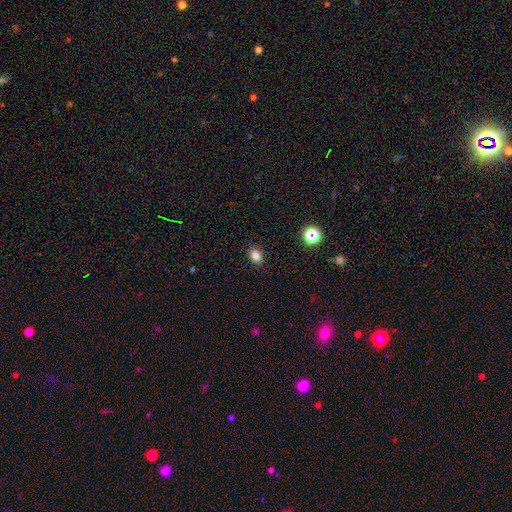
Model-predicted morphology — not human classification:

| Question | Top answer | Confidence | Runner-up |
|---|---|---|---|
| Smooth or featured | smooth | 82% | star or artifact (13%) |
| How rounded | in between | 67% | round (32%) |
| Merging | none | 89% | minor disturbance (8%) |